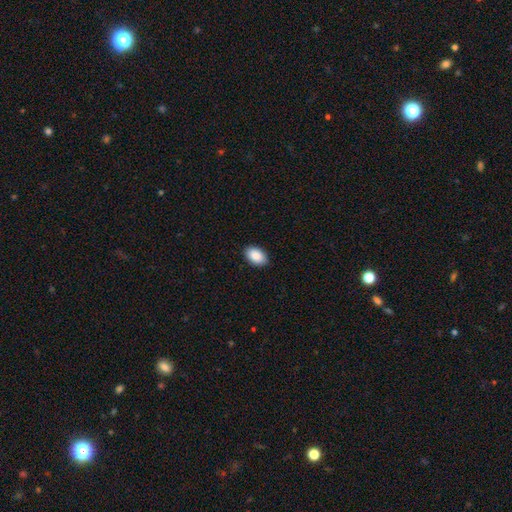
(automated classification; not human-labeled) This appears to be a smooth galaxy with no disk features (90%) that is in between round and cigar-shaped (92%). Merging: none (89%).